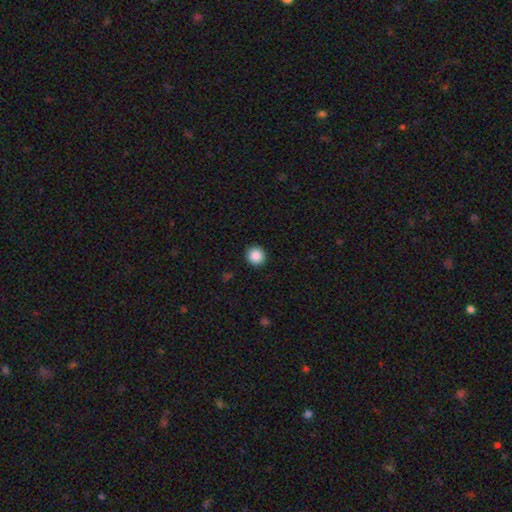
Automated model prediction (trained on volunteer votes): Smooth or featured? Predicted: smooth (p=0.88). How rounded? Predicted: round (p=0.93). Merging? Predicted: none (p=0.93).